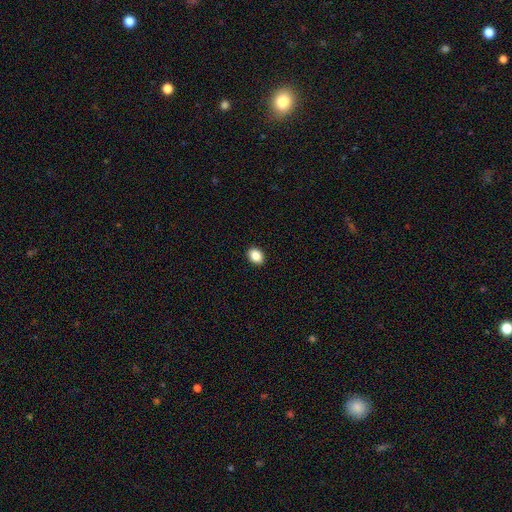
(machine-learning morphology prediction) Smooth or featured? smooth (87%)
How rounded? in between (69%)
Merging? none (91%)